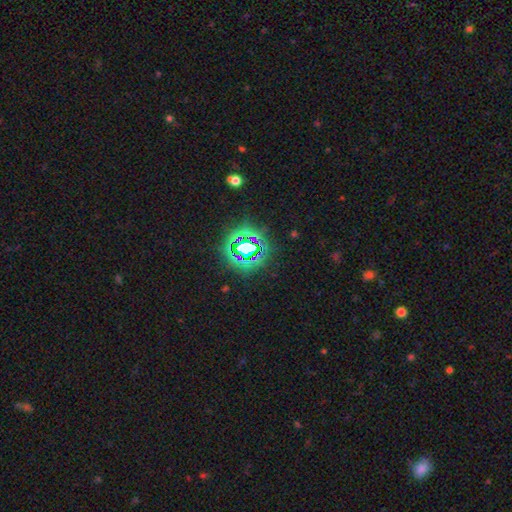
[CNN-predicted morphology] Smooth or featured?
  - star or artifact: 80% *
  - smooth: 12%
  - featured or disk: 8%